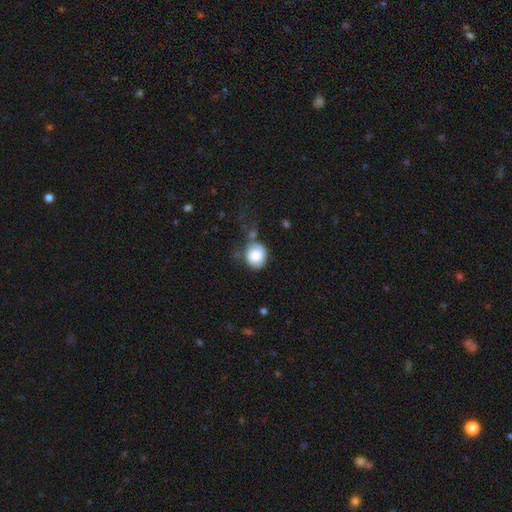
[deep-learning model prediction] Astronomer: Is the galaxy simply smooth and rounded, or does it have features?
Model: smooth — 78%.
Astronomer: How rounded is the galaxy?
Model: round — 70%.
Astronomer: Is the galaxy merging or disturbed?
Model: none — 52% (runner-up: minor disturbance, 27%).